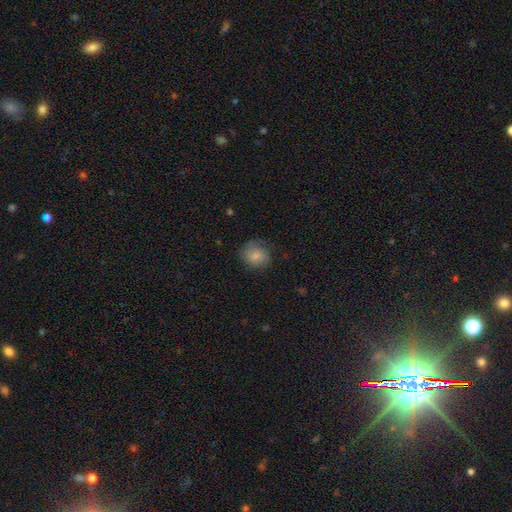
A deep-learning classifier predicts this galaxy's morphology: This is likely a smooth galaxy (74%). How rounded: likely round (80%). Merging: likely none (69%).